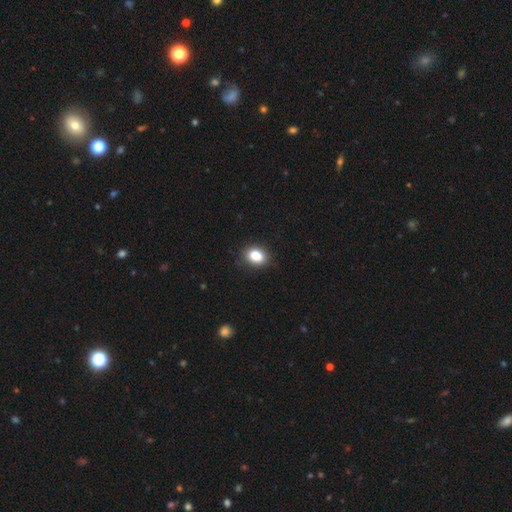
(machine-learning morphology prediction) Smooth or featured?
  - smooth: 86% *
  - star or artifact: 10%
  - featured or disk: 4%
How rounded?
  - in between: 64% *
  - round: 35%
  - cigar-shaped: 1%
Merging?
  - none: 85% *
  - minor disturbance: 12%
  - major disturbance: 3%
  - merger: 1%